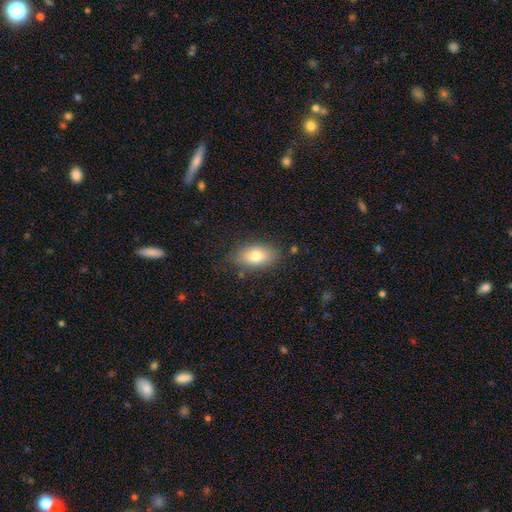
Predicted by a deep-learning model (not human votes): smooth_or_featured: smooth (p=0.76) [alt: featured or disk p=0.16]
how_rounded: in between (p=0.89) [alt: round p=0.07]
merging: none (p=0.81) [alt: minor disturbance p=0.13]